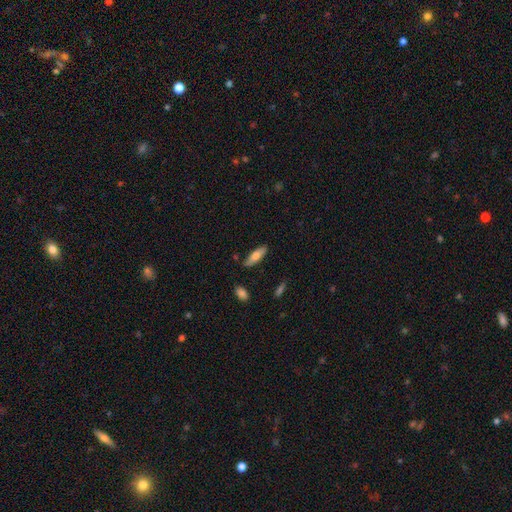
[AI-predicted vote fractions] This appears to be a smooth galaxy with no disk features (72%) that is in between round and cigar-shaped (54%). Merging: none (84%).